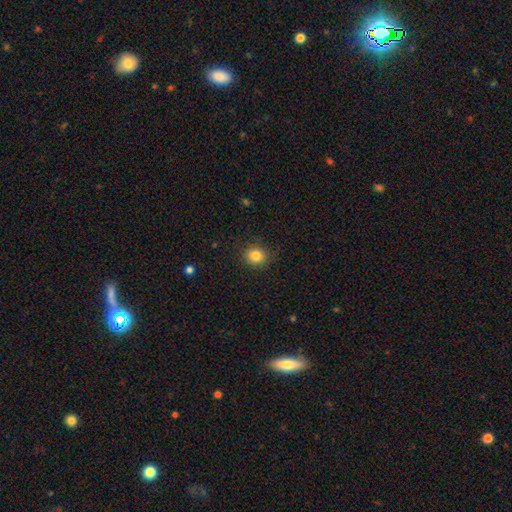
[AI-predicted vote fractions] A smooth galaxy with no disk features (83%) that is round (84%).

Vote fractions:
- Smooth or featured? smooth: 83% / star or artifact: 11% / featured or disk: 6%
- How rounded? round: 84% / in between: 15% / cigar-shaped: 1%
- Merging? none: 87% / minor disturbance: 9% / major disturbance: 3% / merger: 1%